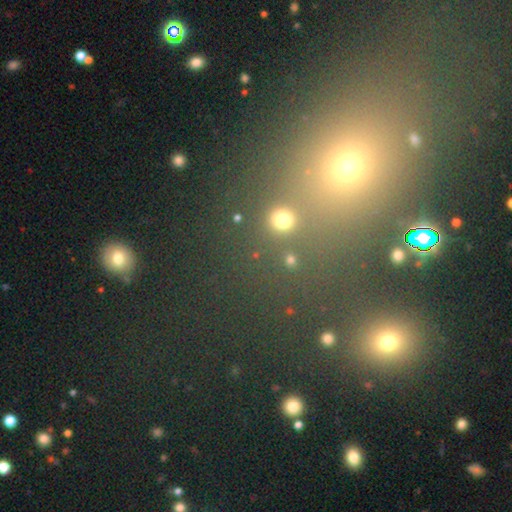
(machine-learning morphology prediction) Smooth or featured?
  - smooth: 51% *
  - star or artifact: 40%
  - featured or disk: 9%
How rounded?
  - round: 80% *
  - in between: 18%
  - cigar-shaped: 3%
Merging?
  - none: 80% *
  - merger: 8%
  - minor disturbance: 7%
  - major disturbance: 5%